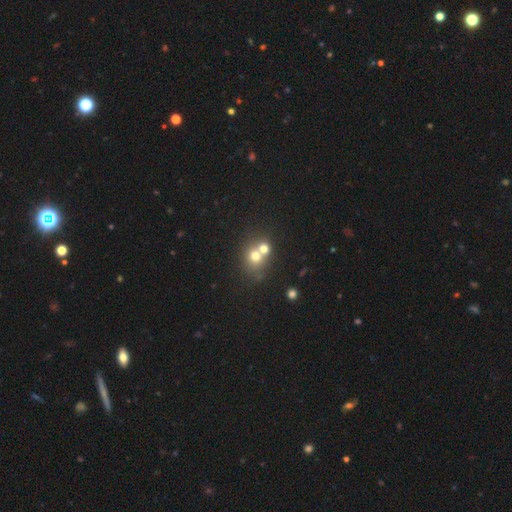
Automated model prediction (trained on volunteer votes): This is likely a smooth galaxy (69%). How rounded: likely round (74%). Merging: possibly merger (57%).